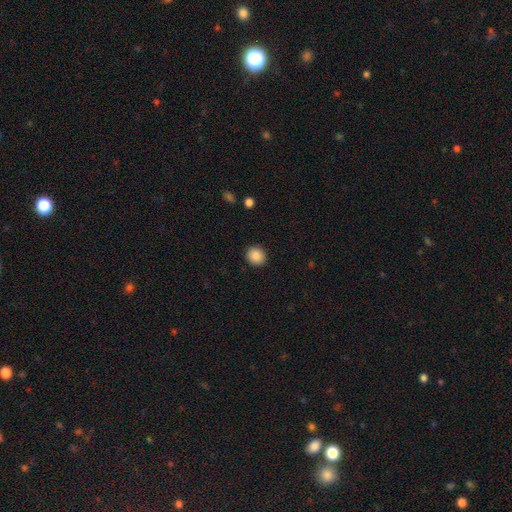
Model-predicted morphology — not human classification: A smooth galaxy with no disk features (88%) that is round (82%).

Vote fractions:
- Smooth or featured? smooth: 88% / star or artifact: 9% / featured or disk: 3%
- How rounded? round: 82% / in between: 17% / cigar-shaped: 1%
- Merging? none: 91% / minor disturbance: 6% / major disturbance: 2% / merger: 1%